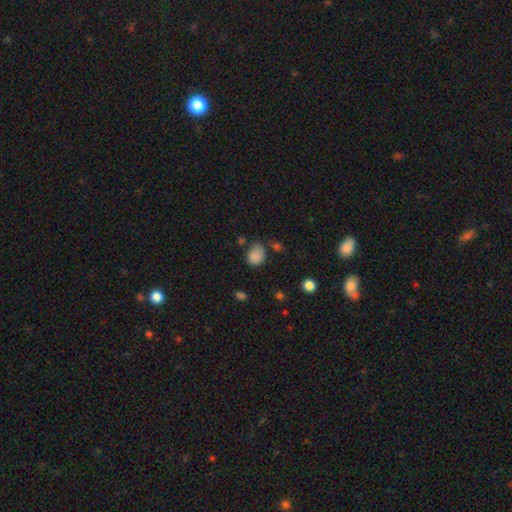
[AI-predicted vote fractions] The model was most divided on "how rounded": round: 50%, in between: 49%, cigar-shaped: 1%. More confident: smooth or featured — smooth (83%); merging — none (54%).